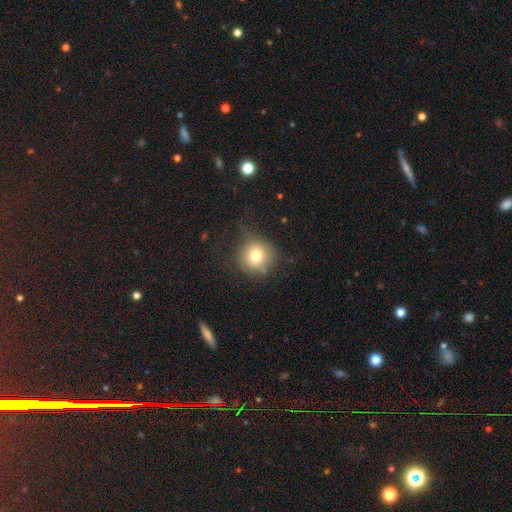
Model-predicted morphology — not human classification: smooth_or_featured: smooth (p=0.75) [alt: star or artifact p=0.12]
how_rounded: round (p=0.92) [alt: in between p=0.07]
merging: none (p=0.68) [alt: minor disturbance p=0.20]